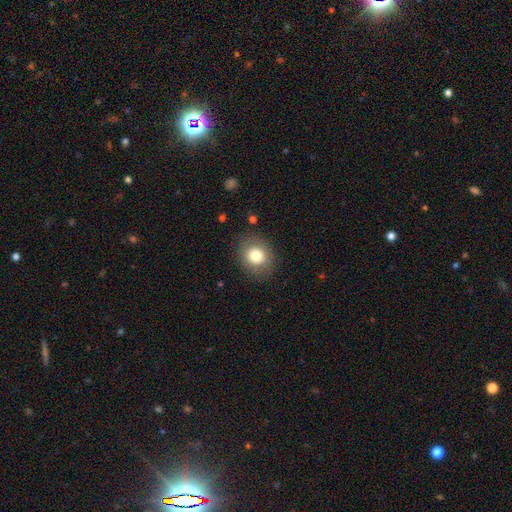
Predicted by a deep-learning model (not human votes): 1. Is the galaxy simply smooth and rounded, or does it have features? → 78% smooth, 12% featured or disk, 10% star or artifact.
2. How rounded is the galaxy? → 66% round, 34% in between, 1% cigar-shaped.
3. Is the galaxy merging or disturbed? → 85% none, 10% minor disturbance, 4% major disturbance, 1% merger.